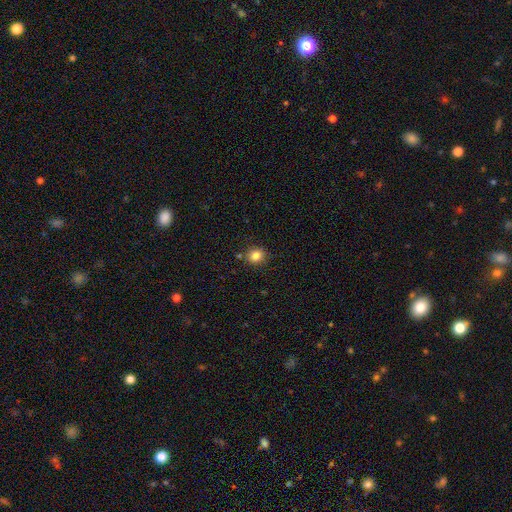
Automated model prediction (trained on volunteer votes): This appears to be a smooth galaxy with no disk features (83%) that is round (79%). Merging: none (83%).